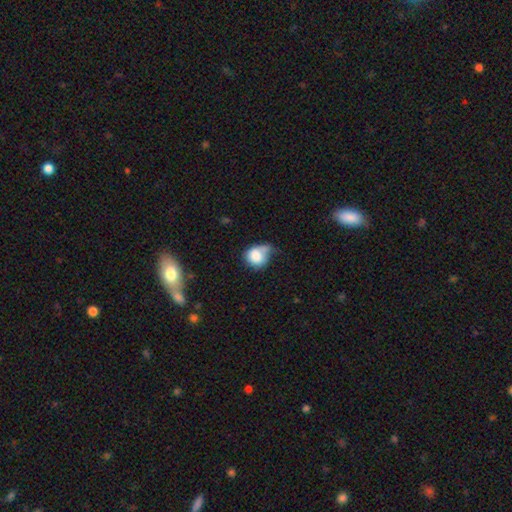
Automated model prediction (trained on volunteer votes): smooth 79%, featured or disk 13%, star or artifact 9%. Down the decision tree: how rounded — round (71%); merging — minor disturbance (36%).